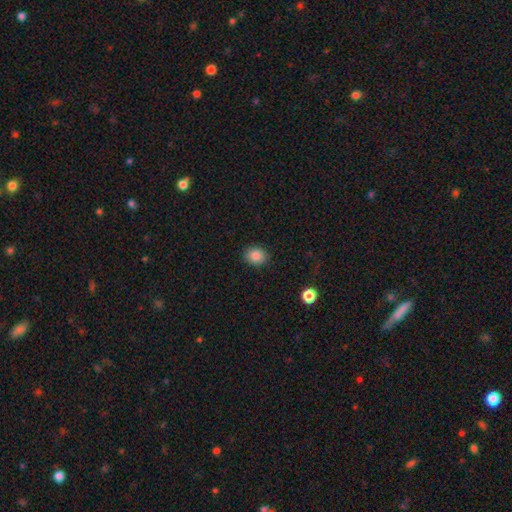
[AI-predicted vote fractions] smooth_or_featured: smooth (p=0.86) [alt: star or artifact p=0.10]
how_rounded: round (p=0.61) [alt: in between p=0.38]
merging: none (p=0.88) [alt: minor disturbance p=0.08]